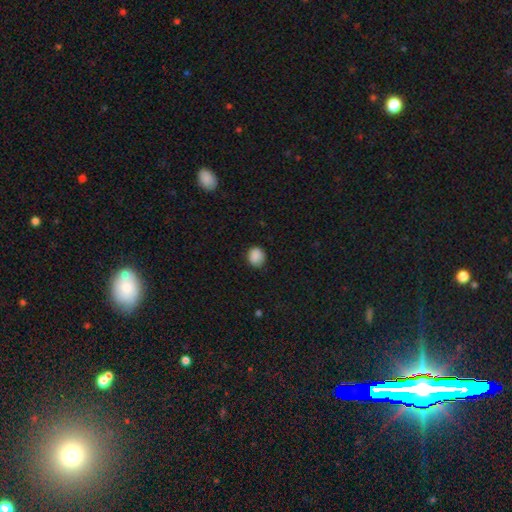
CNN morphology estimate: A smooth galaxy with no disk features (88%) that is round (74%). Merging: none (83%).